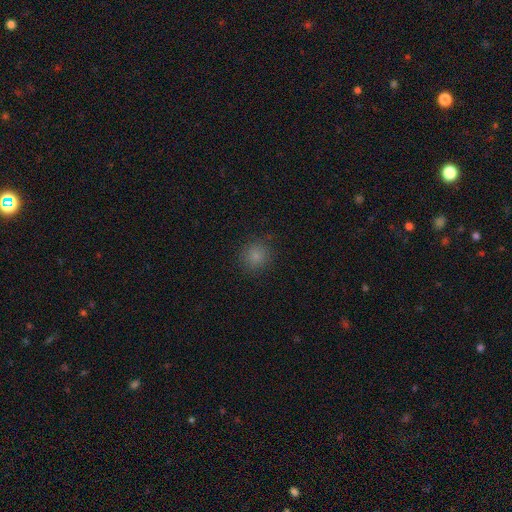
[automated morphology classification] type=smooth (81%); roundness=round (91%); merging=none (88%).